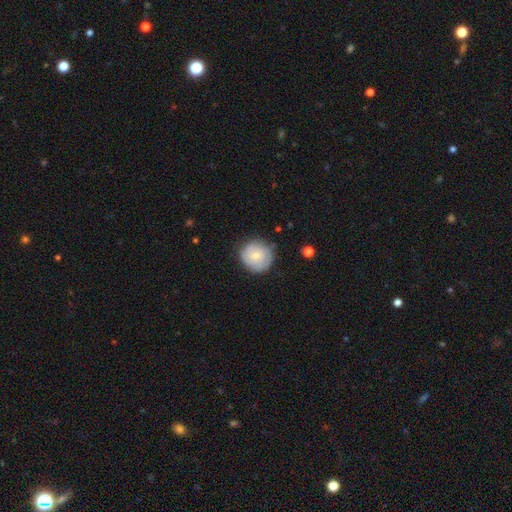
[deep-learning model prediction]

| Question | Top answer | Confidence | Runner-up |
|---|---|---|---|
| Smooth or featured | smooth | 62% | featured or disk (32%) |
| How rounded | round | 91% | in between (8%) |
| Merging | none | 77% | minor disturbance (17%) |